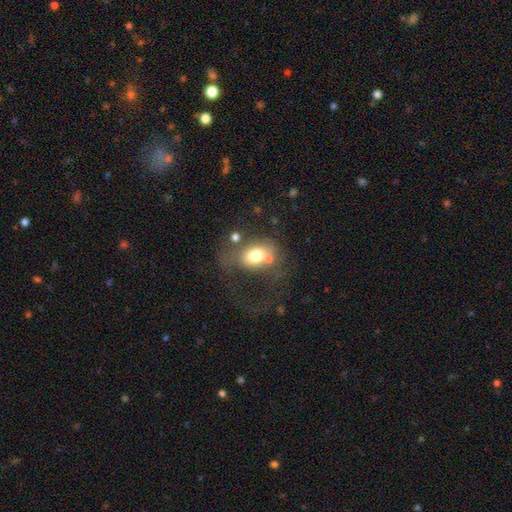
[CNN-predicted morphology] smooth 68%, featured or disk 22%, star or artifact 11%. Down the decision tree: how rounded — in between (64%); merging — none (33%).